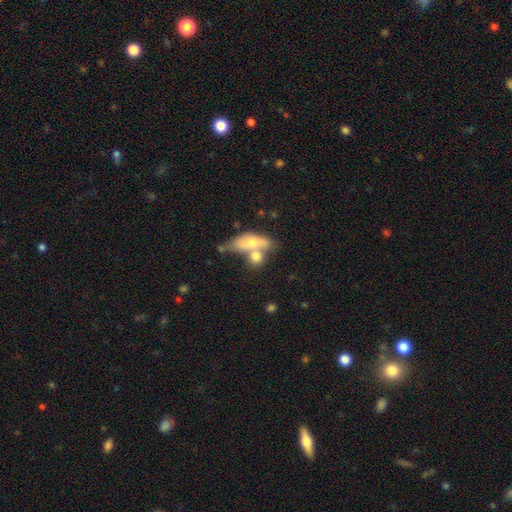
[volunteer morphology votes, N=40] Volunteers were most divided on "merging": merger: 63%, none: 26%, minor disturbance: 9%, major disturbance: 3%. More confident: how rounded — in between (65%); smooth or featured — smooth (65%).